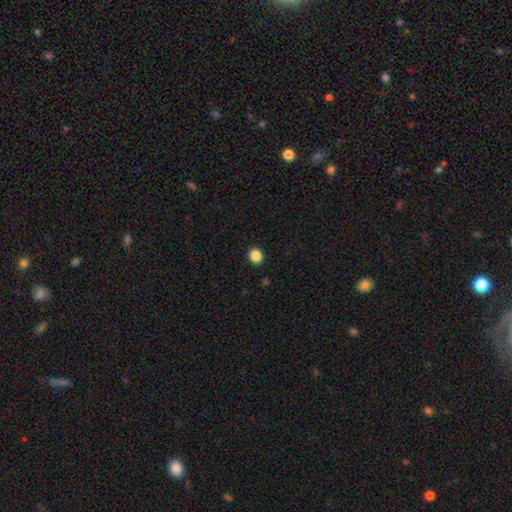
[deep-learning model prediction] Overall: smooth (87%). How rounded: round (79%). Merging: none (92%).